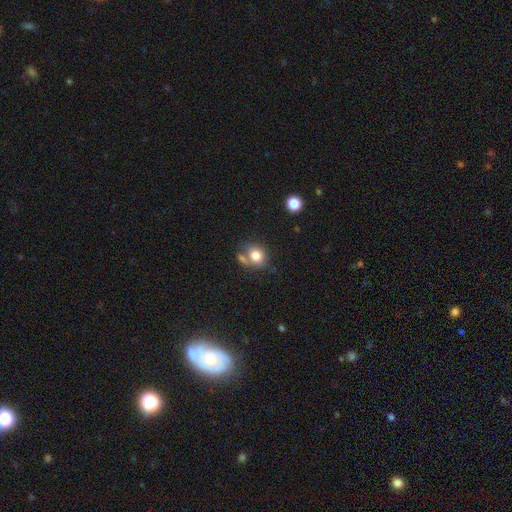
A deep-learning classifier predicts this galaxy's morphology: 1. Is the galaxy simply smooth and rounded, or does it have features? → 78% smooth, 12% featured or disk, 10% star or artifact.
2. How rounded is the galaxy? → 61% round, 38% in between, 1% cigar-shaped.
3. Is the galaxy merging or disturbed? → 47% none, 27% merger, 17% minor disturbance, 9% major disturbance.